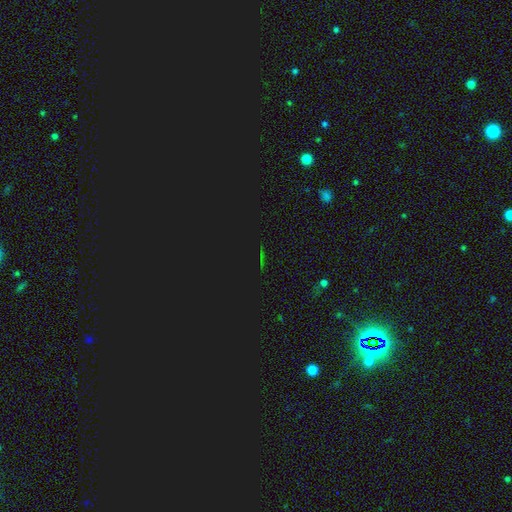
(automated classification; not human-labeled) star or artifact 78%, smooth 12%, featured or disk 11%.